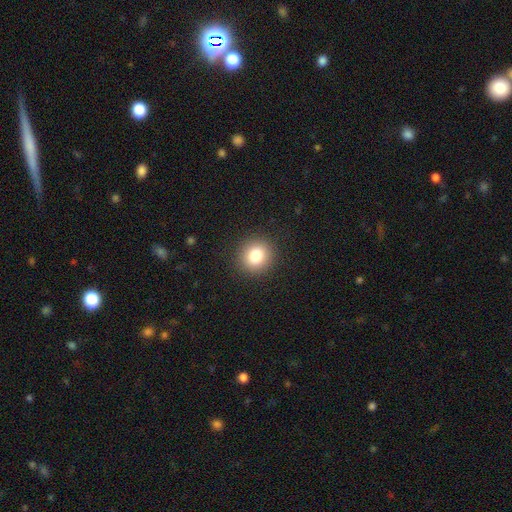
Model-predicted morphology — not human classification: This is clearly a smooth galaxy (82%). How rounded: clearly round (89%). Merging: clearly none (91%).